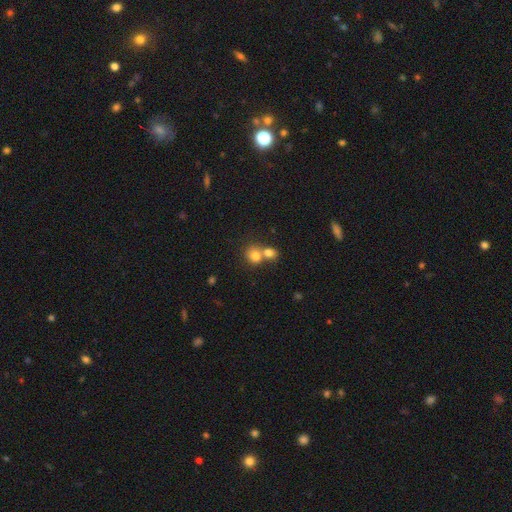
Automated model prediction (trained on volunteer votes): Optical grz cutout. It shows a smooth galaxy with no disk features (77%) that is round (74%). Merging: merger (57%).